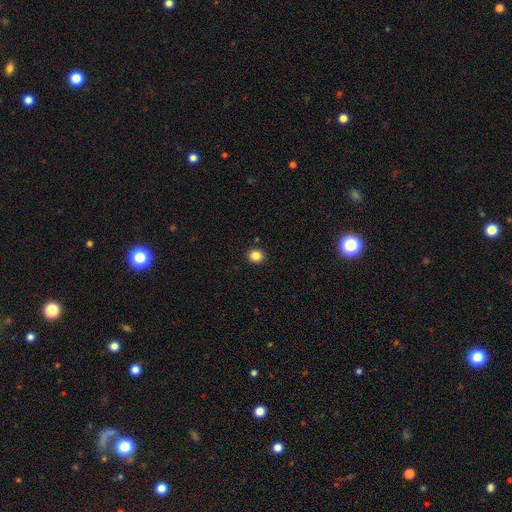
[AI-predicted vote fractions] The model was most divided on "smooth or featured": smooth: 85%, star or artifact: 11%, featured or disk: 4%. More confident: merging — none (92%); how rounded — round (87%).